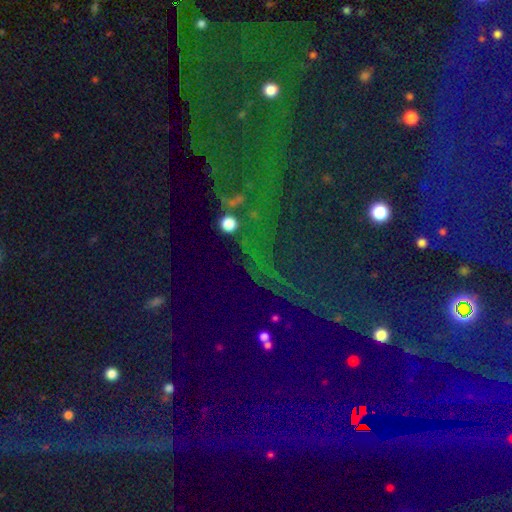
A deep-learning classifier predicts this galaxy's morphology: smooth_or_featured: star or artifact (p=0.70) [alt: smooth p=0.18]